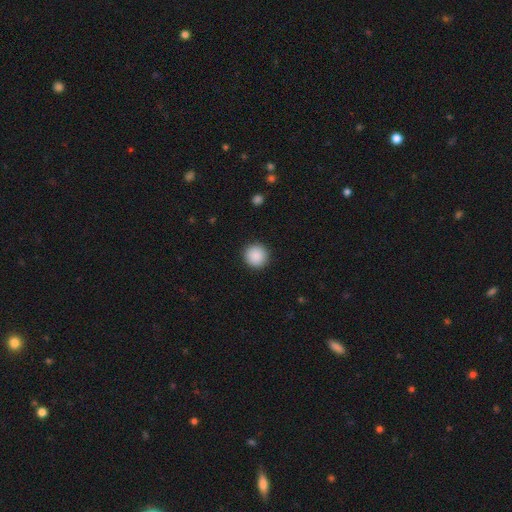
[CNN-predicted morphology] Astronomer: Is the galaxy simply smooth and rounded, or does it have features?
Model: smooth — 89%.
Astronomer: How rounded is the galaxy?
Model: round — 95%.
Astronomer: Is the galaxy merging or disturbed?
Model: none — 92%.